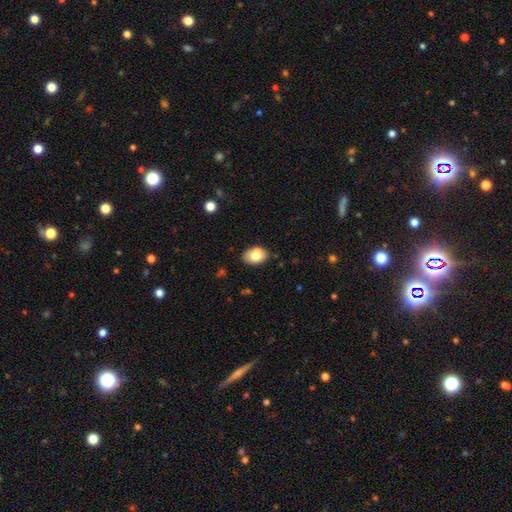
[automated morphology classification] A smooth galaxy with no disk features (73%) that is in between round and cigar-shaped (78%).

Vote fractions:
- Smooth or featured? smooth: 73% / featured or disk: 19% / star or artifact: 8%
- How rounded? in between: 78% / round: 20% / cigar-shaped: 1%
- Merging? none: 66% / minor disturbance: 16% / merger: 14% / major disturbance: 4%